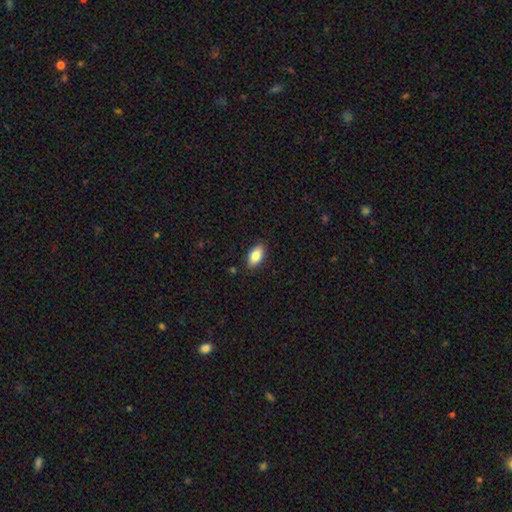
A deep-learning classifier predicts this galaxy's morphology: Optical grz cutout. It shows a smooth galaxy with no disk features (85%) that is in between round and cigar-shaped (92%). Merging: none (87%).